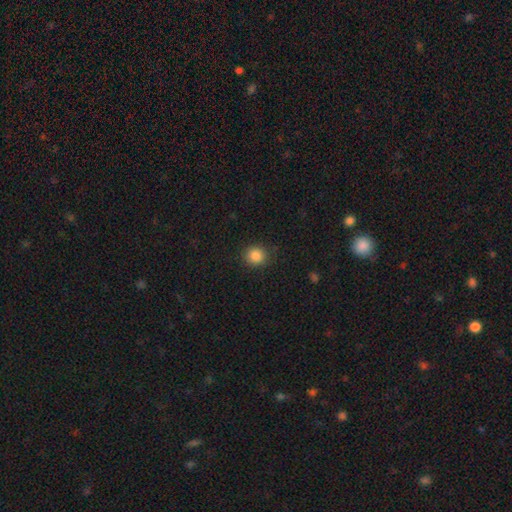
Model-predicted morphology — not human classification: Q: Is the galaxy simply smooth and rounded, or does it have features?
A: smooth — 86%.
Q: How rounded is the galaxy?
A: round — 87%.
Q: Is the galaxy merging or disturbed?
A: none — 87%.